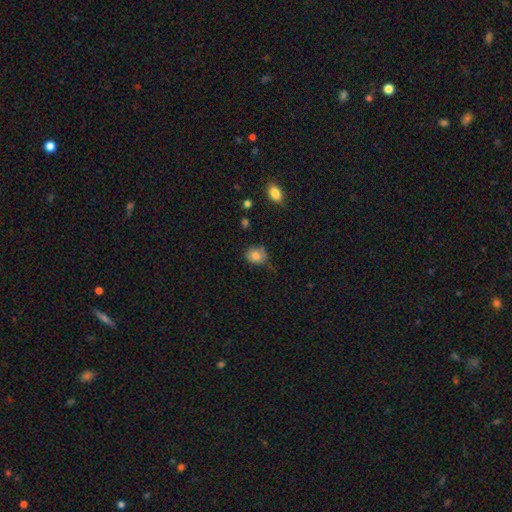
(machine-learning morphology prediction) type=smooth (80%); roundness=round (58%); merging=none (61%).